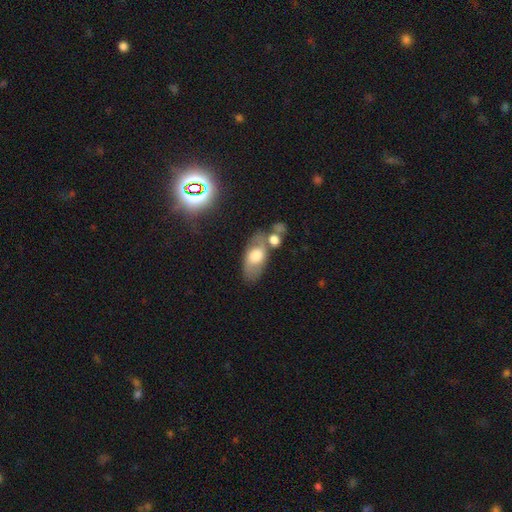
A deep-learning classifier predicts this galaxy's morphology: A smooth galaxy with no disk features (57%) that is in between round and cigar-shaped (88%).

Vote fractions:
- Smooth or featured? smooth: 57% / featured or disk: 35% / star or artifact: 8%
- How rounded? in between: 88% / round: 6% / cigar-shaped: 6%
- Merging? none: 56% / merger: 21% / minor disturbance: 17% / major disturbance: 7%